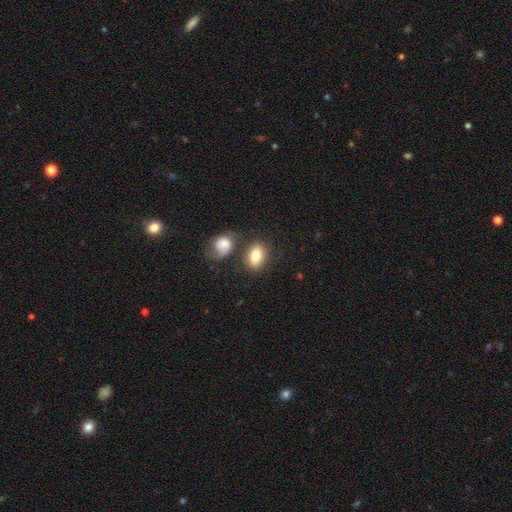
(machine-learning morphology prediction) type=smooth (81%); roundness=in between (72%); merging=none (69%).